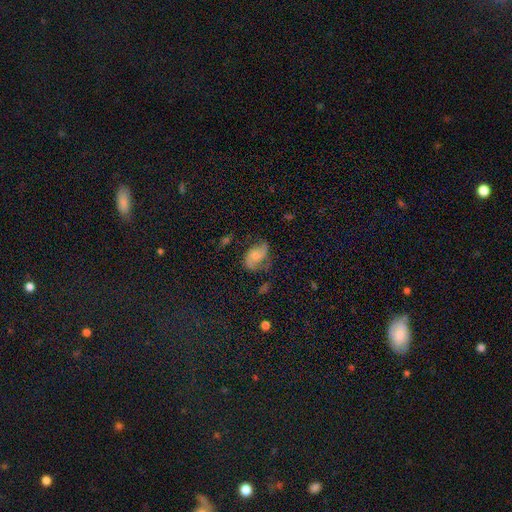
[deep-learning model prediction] Smooth or featured? featured or disk (58%)
Edge-on disk? no (97%)
Bar? no (61%)
Spiral arms? yes (87%)
Bulge size? small (44%)
Merging? none (48%)